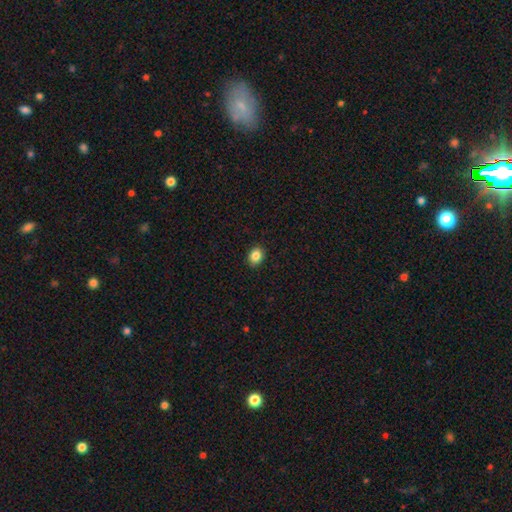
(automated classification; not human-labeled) smooth 85%, star or artifact 10%, featured or disk 5%. Down the decision tree: how rounded — in between (54%); merging — none (91%).